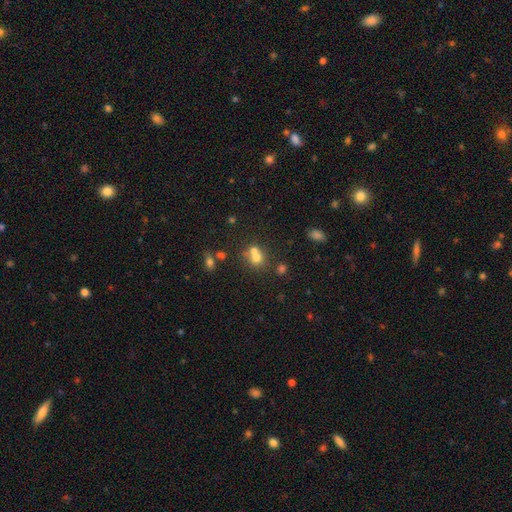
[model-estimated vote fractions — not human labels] This is likely a smooth galaxy (66%). How rounded: likely round (74%). Merging: possibly merger (54%).